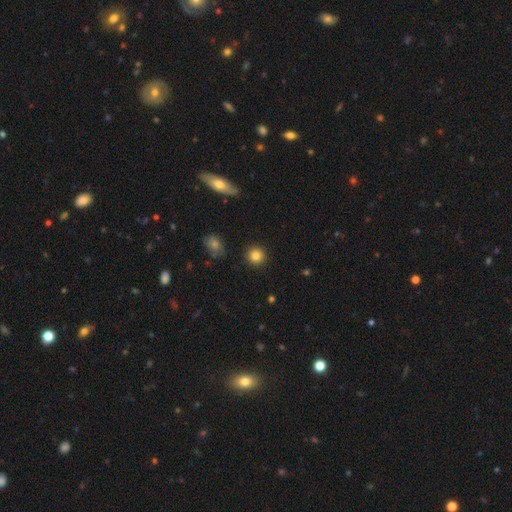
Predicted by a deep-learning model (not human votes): Smooth or featured?
  - smooth: 84% *
  - star or artifact: 11%
  - featured or disk: 5%
How rounded?
  - round: 93% *
  - in between: 6%
  - cigar-shaped: 1%
Merging?
  - none: 91% *
  - minor disturbance: 5%
  - major disturbance: 2%
  - merger: 1%